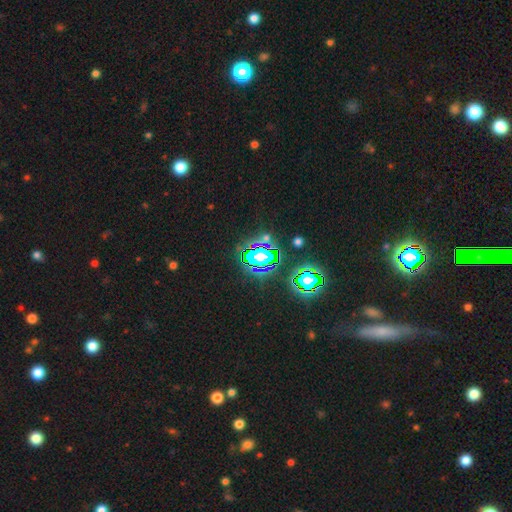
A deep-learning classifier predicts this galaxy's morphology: type=star or artifact (80%).